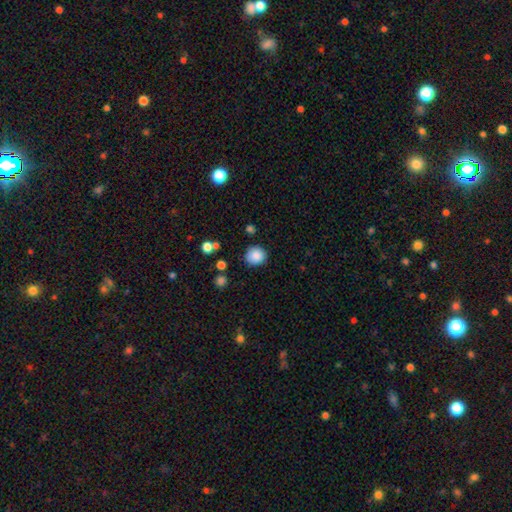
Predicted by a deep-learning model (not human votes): This is clearly a smooth galaxy (87%). How rounded: clearly round (90%). Merging: clearly none (85%).